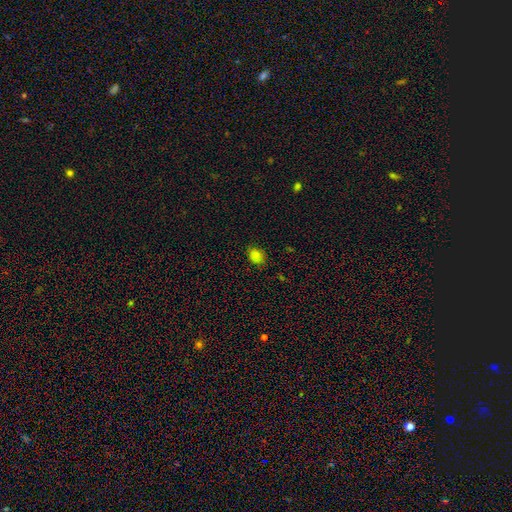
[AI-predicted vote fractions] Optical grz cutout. It shows a smooth galaxy with no disk features (82%) that is in between round and cigar-shaped (58%). Merging: none (80%).